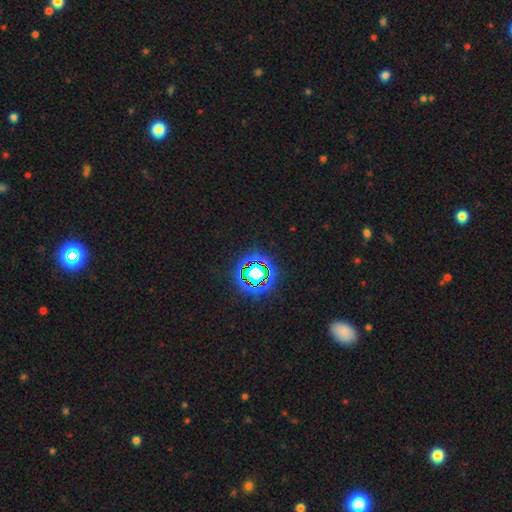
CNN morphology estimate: Overall: star or artifact (78%).